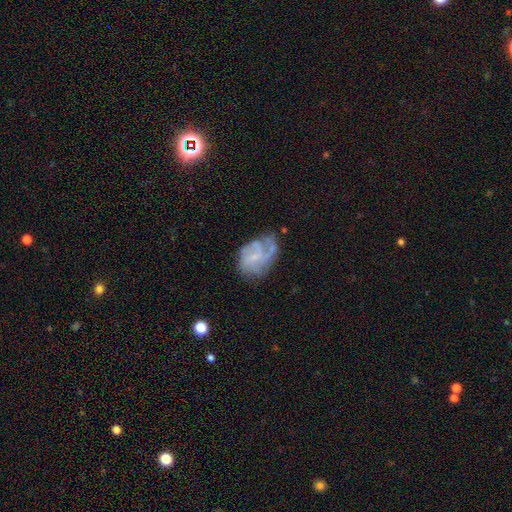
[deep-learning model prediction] featured or disk 69%, smooth 23%, star or artifact 9%. Down the decision tree: edge-on disk — no (98%); bar — no (66%); spiral arms — yes (79%); spiral arm count — can't tell (37%); spiral winding — medium (40%); bulge size — small (64%); merging — none (48%).